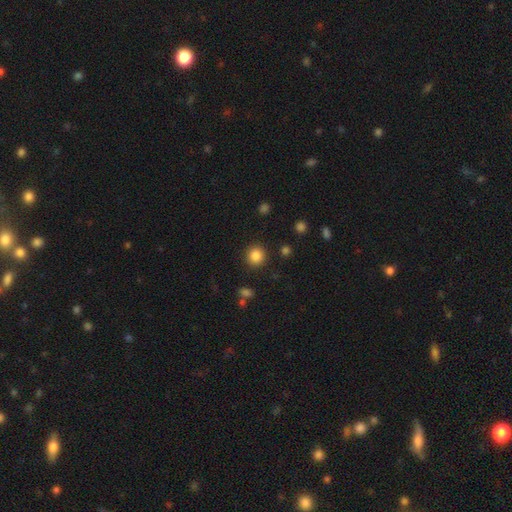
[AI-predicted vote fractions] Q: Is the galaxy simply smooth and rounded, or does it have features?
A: smooth — 85%.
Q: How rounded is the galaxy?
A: round — 92%.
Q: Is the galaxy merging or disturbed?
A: none — 90%.